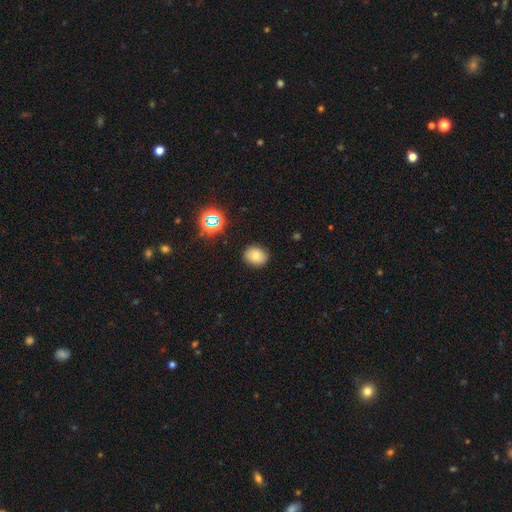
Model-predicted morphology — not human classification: The model was most divided on "how rounded": round: 55%, in between: 44%, cigar-shaped: 1%. More confident: merging — none (87%); smooth or featured — smooth (73%).